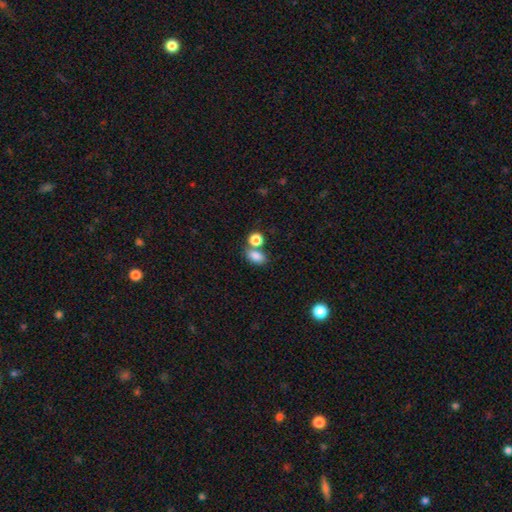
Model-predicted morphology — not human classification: Smooth or featured? Predicted: smooth (p=0.82). How rounded? Predicted: in between (p=0.77). Merging? Predicted: none (p=0.51).